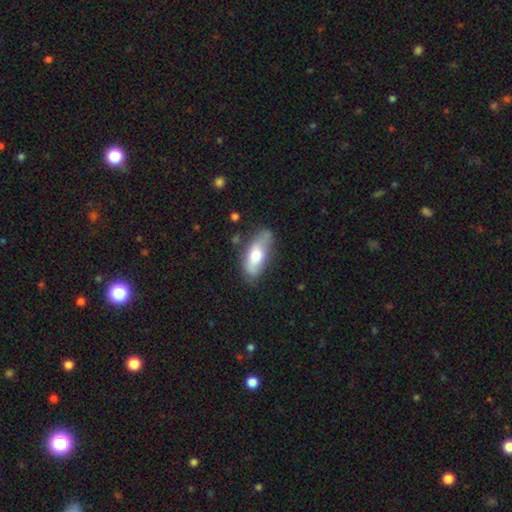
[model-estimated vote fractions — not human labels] Smooth or featured? smooth (65%)
How rounded? in between (78%)
Merging? none (64%)